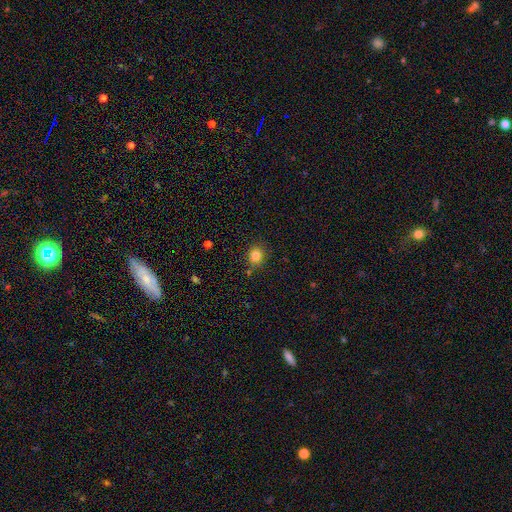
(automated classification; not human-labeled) smooth_or_featured: smooth (p=0.82) [alt: star or artifact p=0.12]
how_rounded: round (p=0.74) [alt: in between p=0.25]
merging: none (p=0.83) [alt: minor disturbance p=0.11]